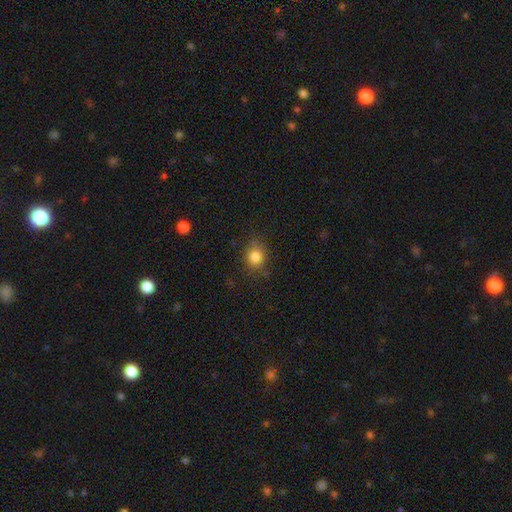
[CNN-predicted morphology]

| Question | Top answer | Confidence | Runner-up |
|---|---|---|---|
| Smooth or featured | smooth | 83% | star or artifact (11%) |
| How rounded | round | 67% | in between (32%) |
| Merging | none | 81% | minor disturbance (13%) |